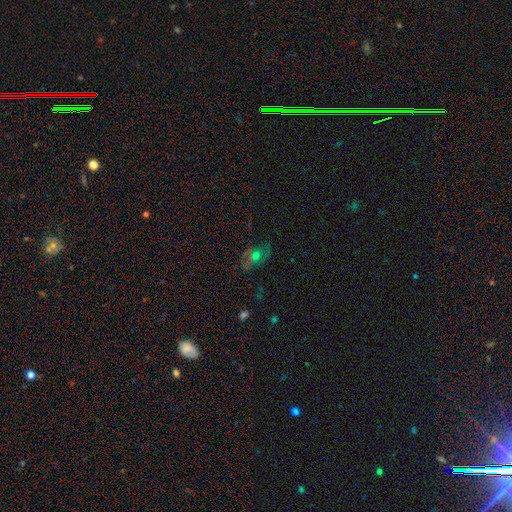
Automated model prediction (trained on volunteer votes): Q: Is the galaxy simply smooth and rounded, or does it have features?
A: smooth — 41%.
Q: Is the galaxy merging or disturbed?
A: none — 65%.